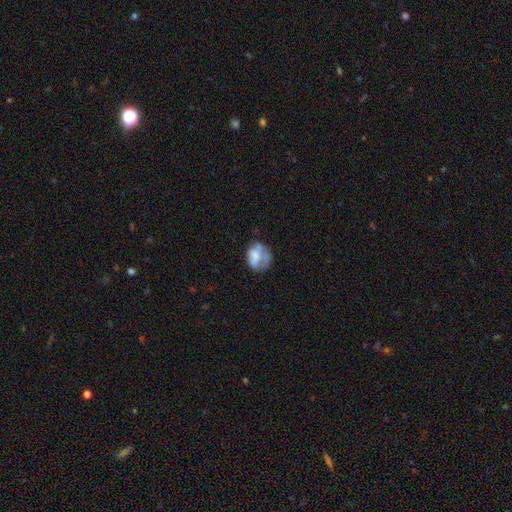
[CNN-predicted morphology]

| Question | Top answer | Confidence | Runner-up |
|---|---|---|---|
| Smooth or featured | smooth | 60% | featured or disk (31%) |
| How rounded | round | 50% | in between (49%) |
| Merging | none | 38% | minor disturbance (29%) |